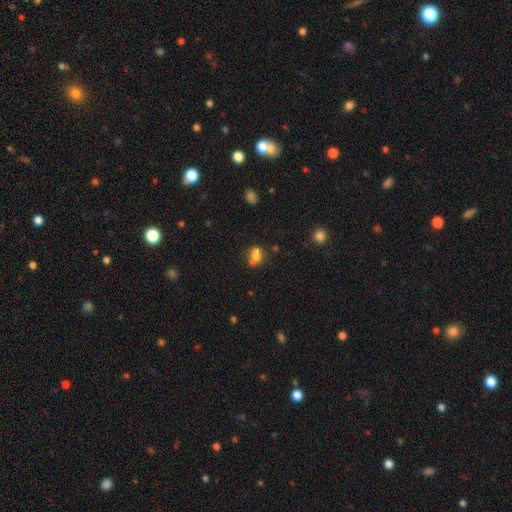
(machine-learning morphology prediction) This appears to be a smooth galaxy with no disk features (67%) that is round (52%). Merging: merger (40%).